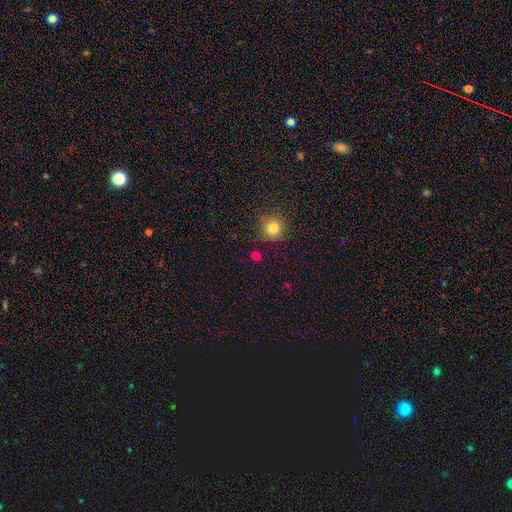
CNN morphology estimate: Smooth or featured?
  - smooth: 76% *
  - star or artifact: 19%
  - featured or disk: 5%
How rounded?
  - round: 82% *
  - in between: 17%
  - cigar-shaped: 1%
Merging?
  - none: 80% *
  - minor disturbance: 10%
  - merger: 5%
  - major disturbance: 4%